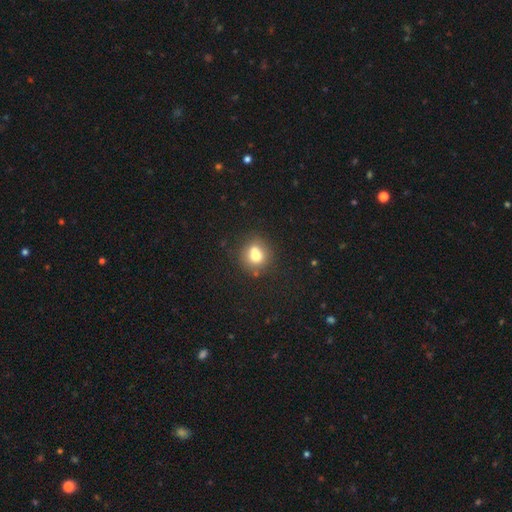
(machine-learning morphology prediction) Overall: smooth (69%). How rounded: round (82%). Merging: none (52%; merger 32%).